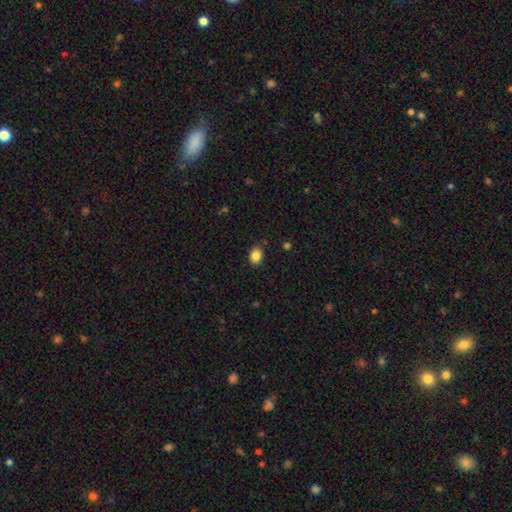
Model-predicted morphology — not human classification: smooth-or-featured: smooth: 86% | star or artifact: 10% | featured or disk: 4%
  how-rounded: in between: 64% | round: 35% | cigar-shaped: 1%
  merging: none: 86% | minor disturbance: 10% | major disturbance: 2% | merger: 2%